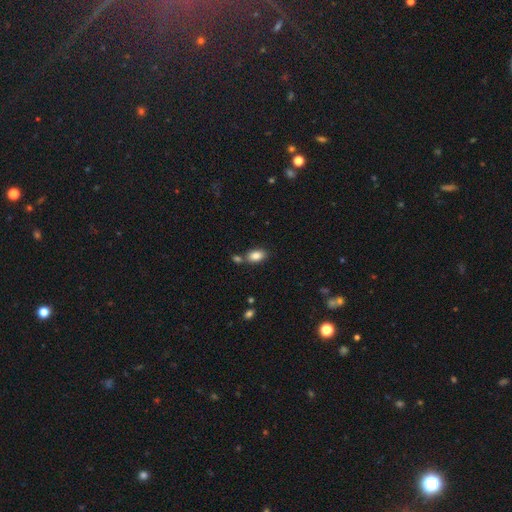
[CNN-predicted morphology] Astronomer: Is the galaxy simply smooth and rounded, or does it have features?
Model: smooth — 85%.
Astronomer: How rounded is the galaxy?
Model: in between — 90%.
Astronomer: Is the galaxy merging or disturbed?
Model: none — 63%.